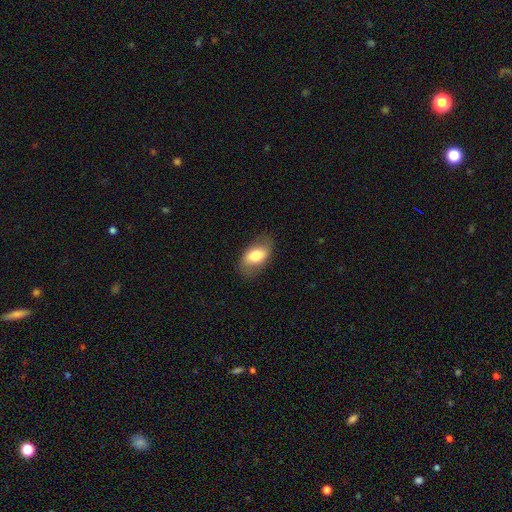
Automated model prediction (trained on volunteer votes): This is likely a smooth galaxy (71%). How rounded: clearly in between (91%). Merging: likely none (77%).